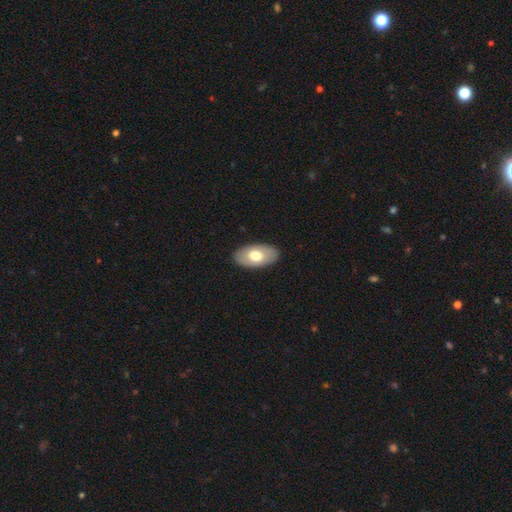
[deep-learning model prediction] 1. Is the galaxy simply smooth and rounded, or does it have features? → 65% smooth, 30% featured or disk, 5% star or artifact.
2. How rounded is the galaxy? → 95% in between, 4% round, 2% cigar-shaped.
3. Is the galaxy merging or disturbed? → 88% none, 9% minor disturbance, 2% major disturbance, 1% merger.